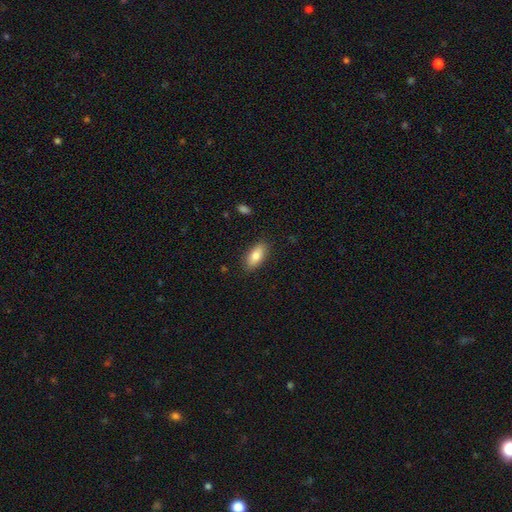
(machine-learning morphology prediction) smooth_or_featured: smooth (p=0.81) [alt: featured or disk p=0.12]
how_rounded: in between (p=0.83) [alt: cigar-shaped p=0.14]
merging: none (p=0.87) [alt: minor disturbance p=0.10]